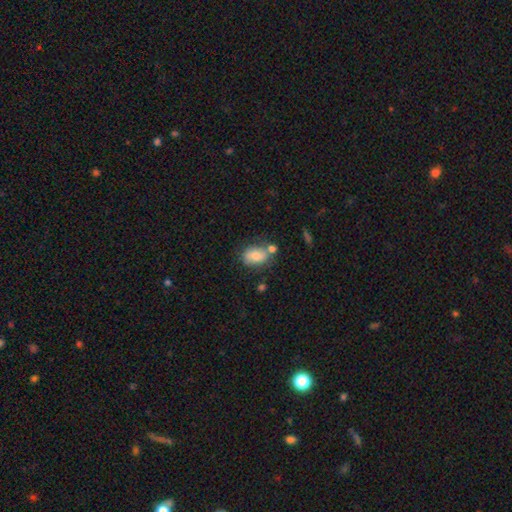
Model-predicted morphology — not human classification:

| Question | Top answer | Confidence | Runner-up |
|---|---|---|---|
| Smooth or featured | smooth | 70% | featured or disk (21%) |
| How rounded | in between | 80% | round (18%) |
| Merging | none | 57% | merger (20%) |